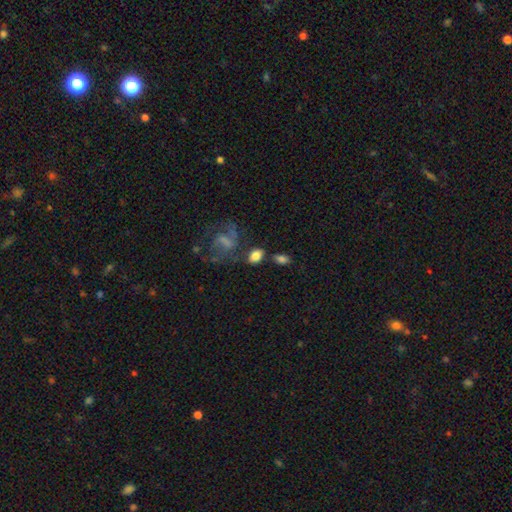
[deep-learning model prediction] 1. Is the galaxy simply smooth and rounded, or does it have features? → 78% smooth, 13% featured or disk, 9% star or artifact.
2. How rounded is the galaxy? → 84% in between, 14% round, 2% cigar-shaped.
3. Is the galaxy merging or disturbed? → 61% none, 16% minor disturbance, 15% merger, 9% major disturbance.